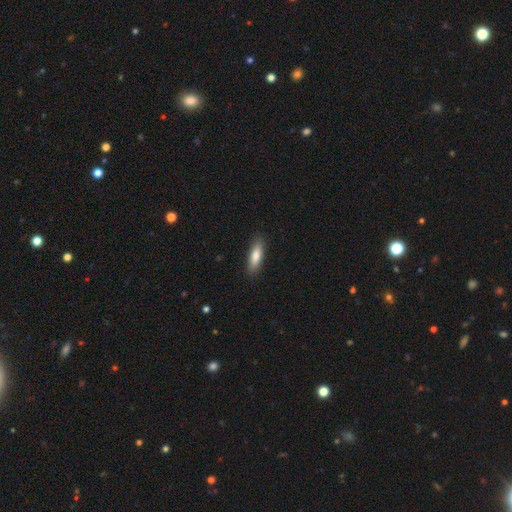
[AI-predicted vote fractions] smooth-or-featured: smooth: 81% | featured or disk: 14% | star or artifact: 6%
  how-rounded: cigar-shaped: 58% | in between: 40% | round: 2%
  merging: none: 89% | minor disturbance: 9% | major disturbance: 2% | merger: 1%